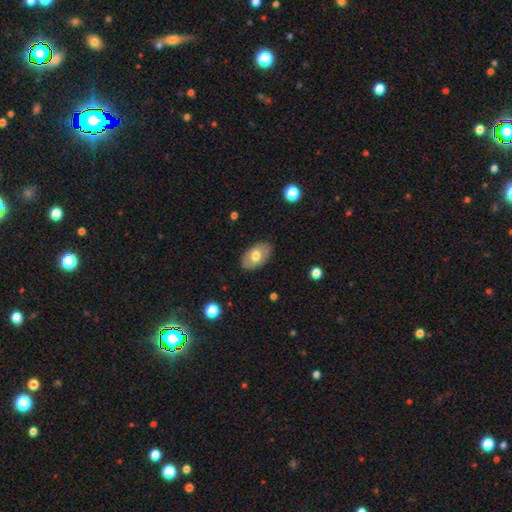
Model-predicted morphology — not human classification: A smooth galaxy with no disk features (65%) that is in between round and cigar-shaped (91%). Merging: none (85%).